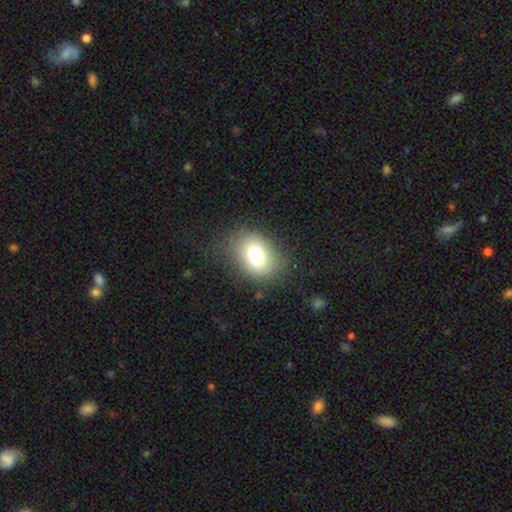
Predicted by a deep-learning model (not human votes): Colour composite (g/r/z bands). It shows a smooth galaxy with no disk features (74%) that is in between round and cigar-shaped (65%). Merging: none (79%).